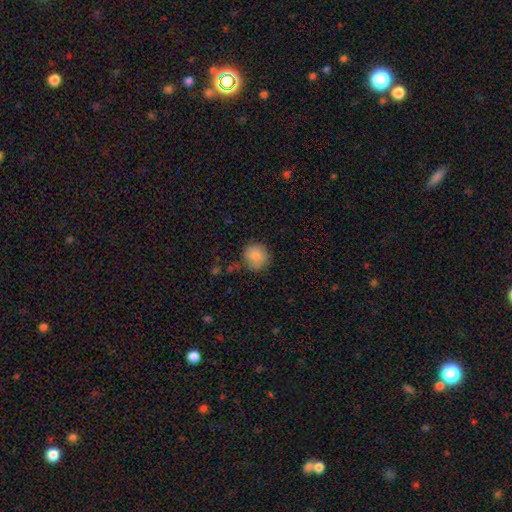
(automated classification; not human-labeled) Q: Smooth or featured?
A: smooth (86%); runner-up: star or artifact (8%)
Q: How rounded?
A: round (90%); runner-up: in between (9%)
Q: Merging?
A: none (77%); runner-up: minor disturbance (16%)